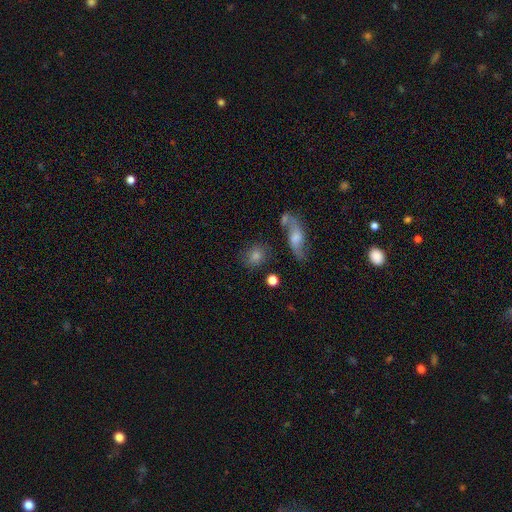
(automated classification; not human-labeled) Smooth or featured? Predicted: smooth (p=0.67). How rounded? Predicted: round (p=0.64). Merging? Predicted: none (p=0.71).